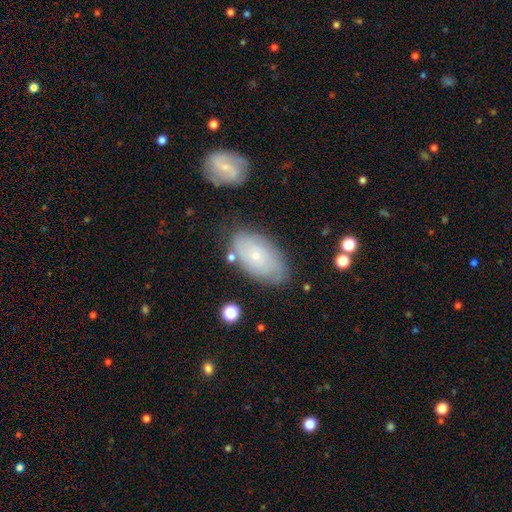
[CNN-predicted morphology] type=featured or disk (54%); edge-on=no (93%); merging=none (73%).